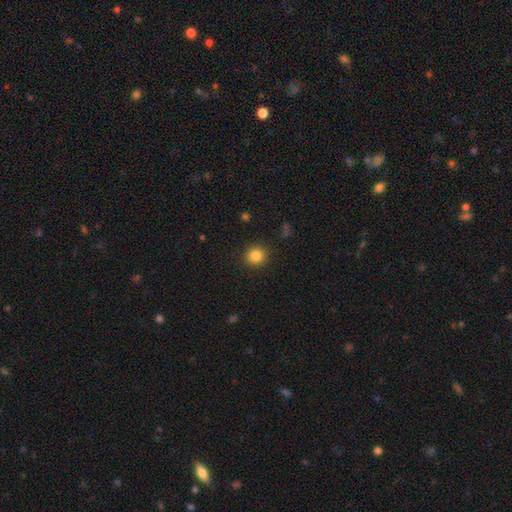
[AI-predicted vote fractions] This is clearly a smooth galaxy (84%). How rounded: clearly round (91%). Merging: clearly none (90%).